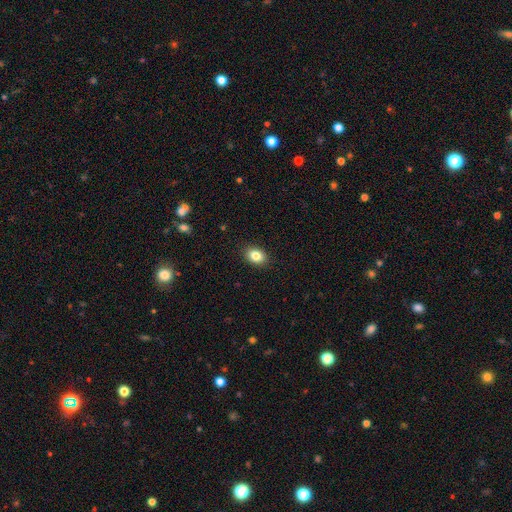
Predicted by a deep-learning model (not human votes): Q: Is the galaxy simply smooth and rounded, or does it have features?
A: smooth — 85%.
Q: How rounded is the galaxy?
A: in between — 73%.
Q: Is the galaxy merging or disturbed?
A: none — 90%.